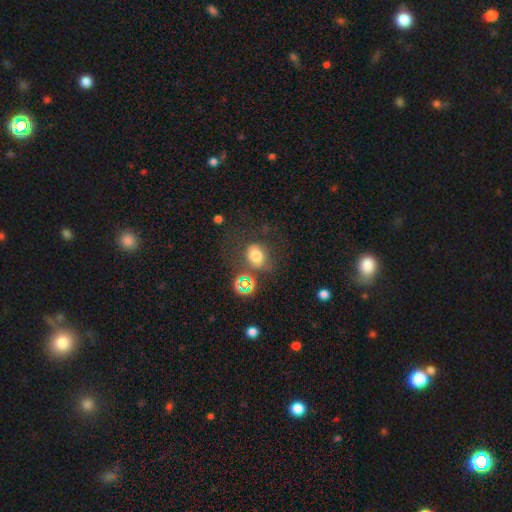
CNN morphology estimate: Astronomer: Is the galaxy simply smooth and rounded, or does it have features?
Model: smooth — 66%.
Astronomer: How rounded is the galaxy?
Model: round — 53% (runner-up: in between, 45%).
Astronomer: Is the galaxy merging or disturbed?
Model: none — 52%.